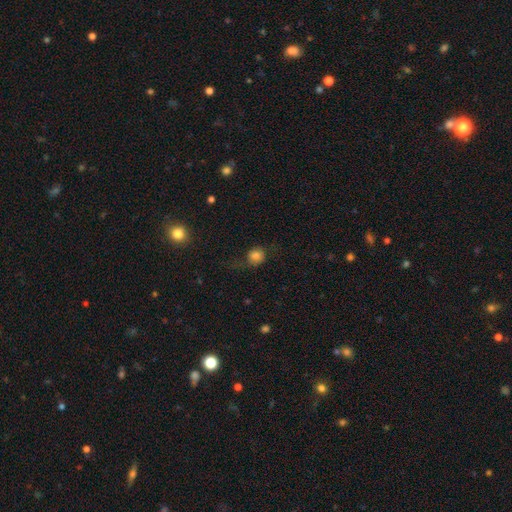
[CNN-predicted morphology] smooth_or_featured: smooth (p=0.76) [alt: featured or disk p=0.12]
how_rounded: round (p=0.80) [alt: in between p=0.19]
merging: none (p=0.60) [alt: minor disturbance p=0.21]